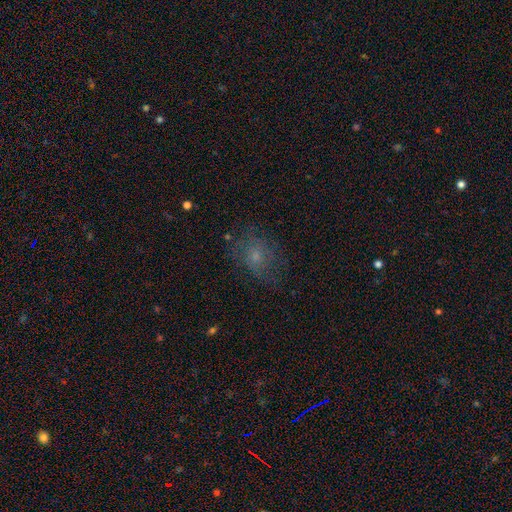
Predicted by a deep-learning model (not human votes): Q: Smooth or featured?
A: smooth (54%); runner-up: featured or disk (29%)
Q: How rounded?
A: in between (51%); runner-up: round (47%)
Q: Merging?
A: none (64%); runner-up: minor disturbance (21%)